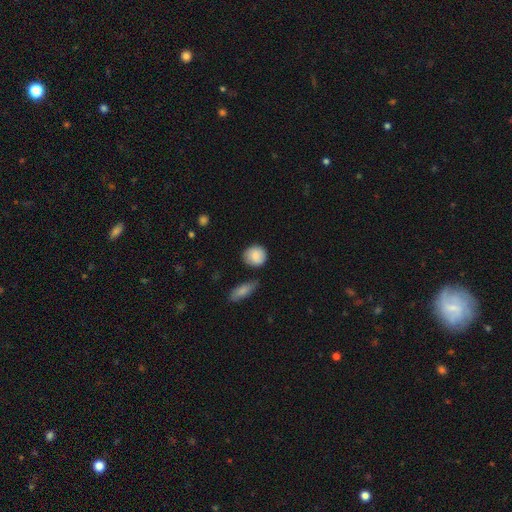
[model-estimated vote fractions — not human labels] Morphology: type=smooth (86%); roundness=round (82%); merging=none (71%).